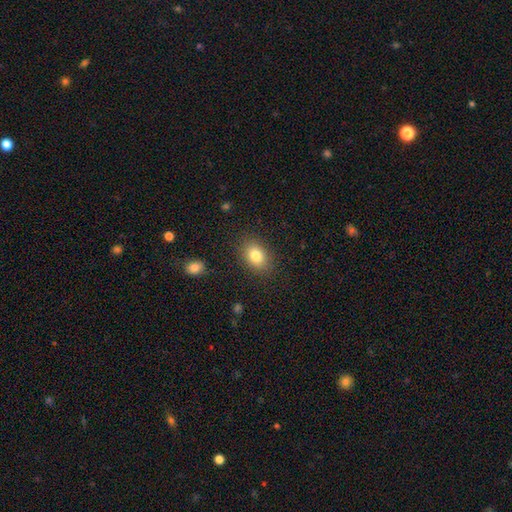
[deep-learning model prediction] Smooth or featured? smooth (82%)
How rounded? in between (72%)
Merging? none (86%)